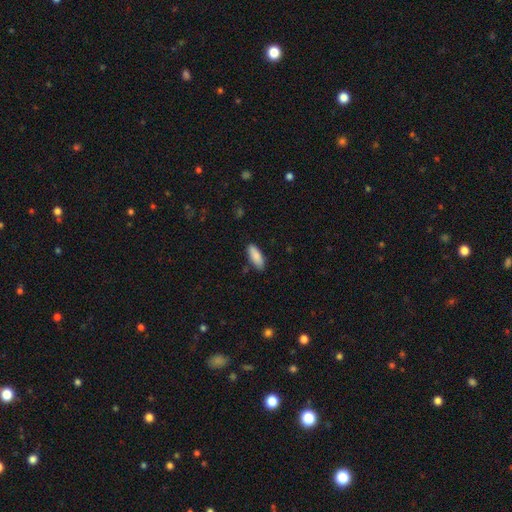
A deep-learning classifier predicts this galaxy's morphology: The model was most divided on "how rounded": in between: 75%, cigar-shaped: 23%, round: 2%. More confident: smooth or featured — smooth (87%); merging — none (85%).